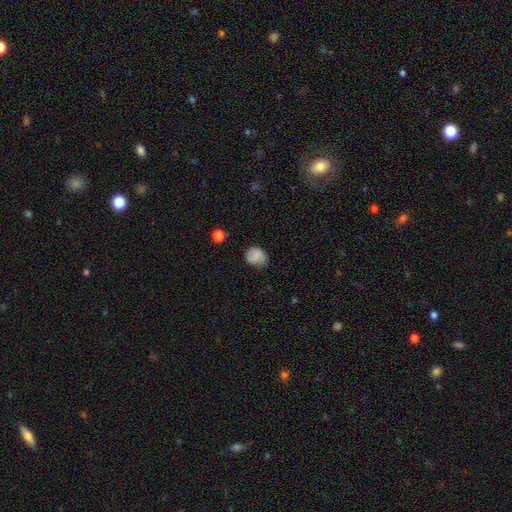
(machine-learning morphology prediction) smooth_or_featured: smooth (p=0.64) [alt: featured or disk p=0.26]
how_rounded: round (p=0.70) [alt: in between p=0.29]
merging: none (p=0.68) [alt: minor disturbance p=0.23]